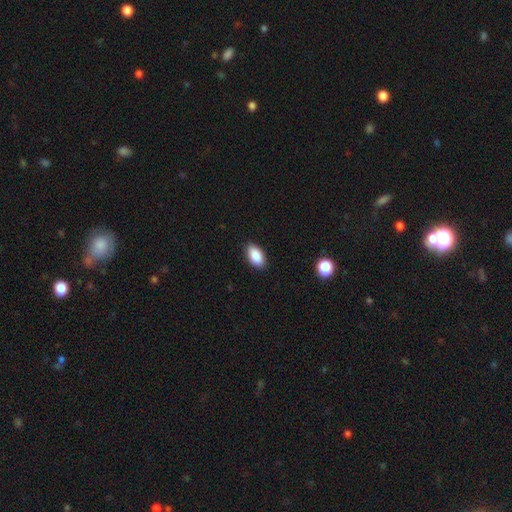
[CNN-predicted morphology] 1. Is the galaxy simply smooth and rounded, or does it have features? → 89% smooth, 7% star or artifact, 3% featured or disk.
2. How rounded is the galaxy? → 94% in between, 4% round, 2% cigar-shaped.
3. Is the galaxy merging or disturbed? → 89% none, 9% minor disturbance, 2% major disturbance, 1% merger.